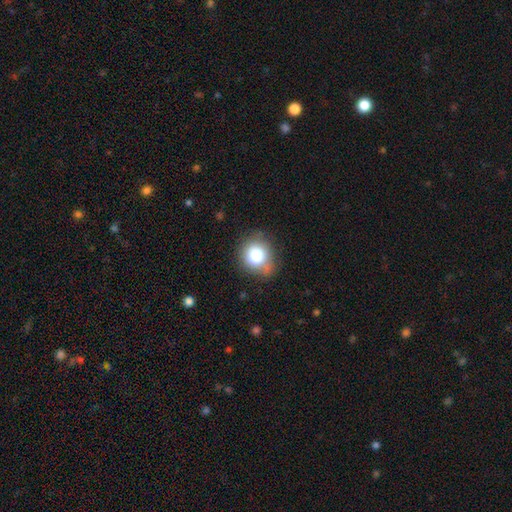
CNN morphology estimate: A smooth galaxy with no disk features (79%) that is round (79%). Merging: none (68%).